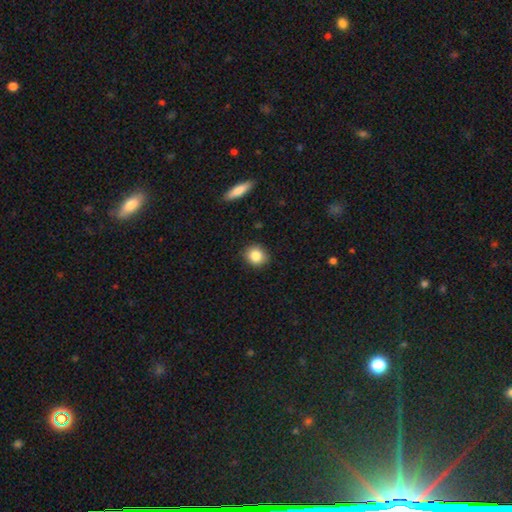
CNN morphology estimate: type=smooth (85%); roundness=round (79%); merging=none (89%).